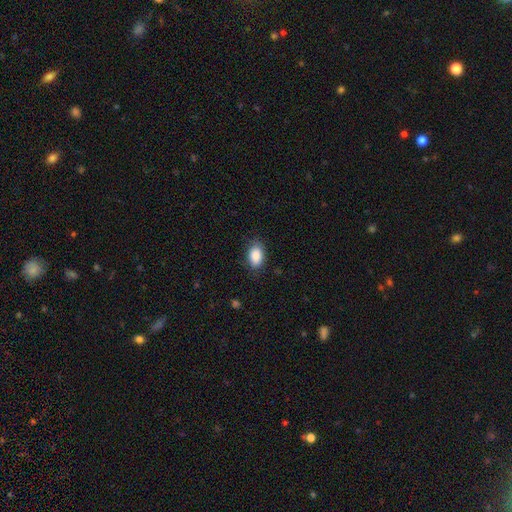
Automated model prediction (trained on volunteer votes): A smooth galaxy with no disk features (88%) that is in between round and cigar-shaped (89%). Merging: none (81%).